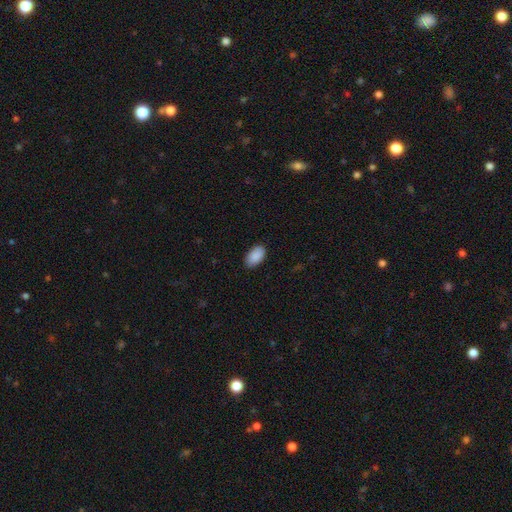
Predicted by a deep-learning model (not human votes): smooth_or_featured: smooth (p=0.91) [alt: star or artifact p=0.06]
how_rounded: in between (p=0.95) [alt: round p=0.04]
merging: none (p=0.87) [alt: minor disturbance p=0.10]